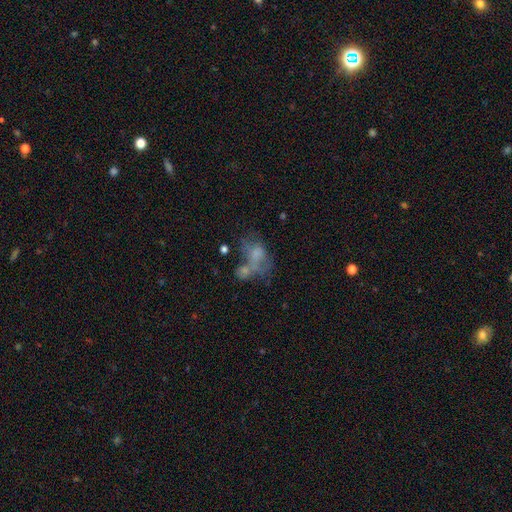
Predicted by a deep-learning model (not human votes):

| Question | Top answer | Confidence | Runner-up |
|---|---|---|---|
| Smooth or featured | smooth | 49% | featured or disk (37%) |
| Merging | merger | 41% | major disturbance (25%) |